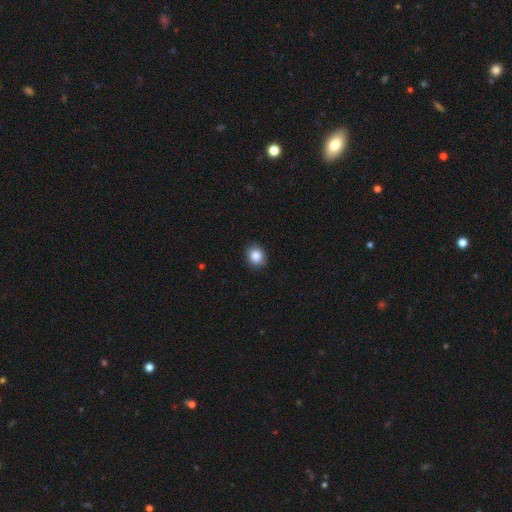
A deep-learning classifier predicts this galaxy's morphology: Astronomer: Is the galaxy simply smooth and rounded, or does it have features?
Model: smooth — 87%.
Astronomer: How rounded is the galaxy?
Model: round — 66%.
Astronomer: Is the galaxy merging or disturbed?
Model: none — 87%.